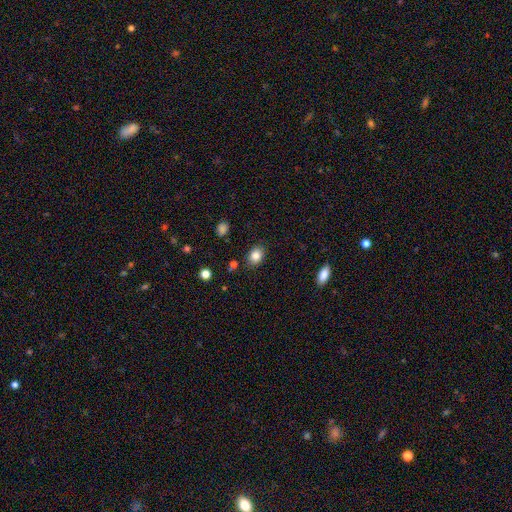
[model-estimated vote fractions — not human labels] smooth-or-featured: smooth: 83% | star or artifact: 10% | featured or disk: 7%
  how-rounded: in between: 69% | round: 30% | cigar-shaped: 1%
  merging: none: 85% | minor disturbance: 10% | major disturbance: 3% | merger: 2%